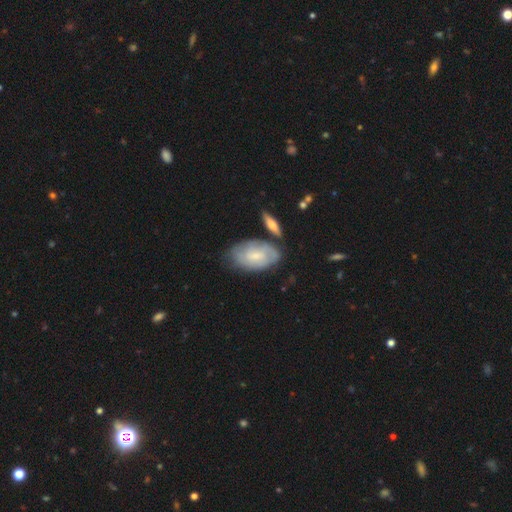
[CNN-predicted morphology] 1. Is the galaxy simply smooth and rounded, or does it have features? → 48% featured or disk, 46% smooth, 6% star or artifact.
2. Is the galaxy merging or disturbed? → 62% none, 22% minor disturbance, 10% merger, 7% major disturbance.